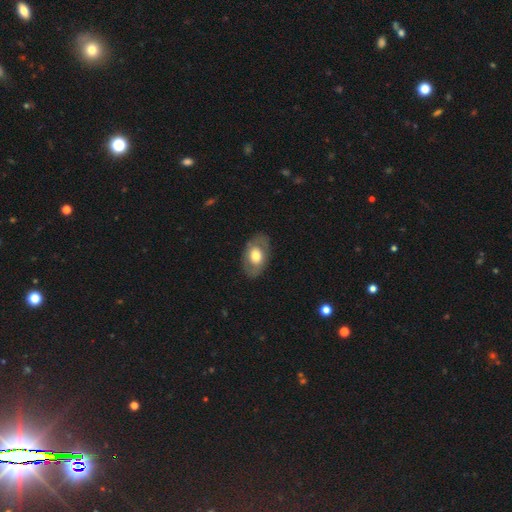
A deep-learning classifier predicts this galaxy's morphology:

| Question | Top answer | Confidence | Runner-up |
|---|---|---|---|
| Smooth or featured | smooth | 53% | featured or disk (41%) |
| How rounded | in between | 85% | round (14%) |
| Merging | none | 79% | minor disturbance (14%) |